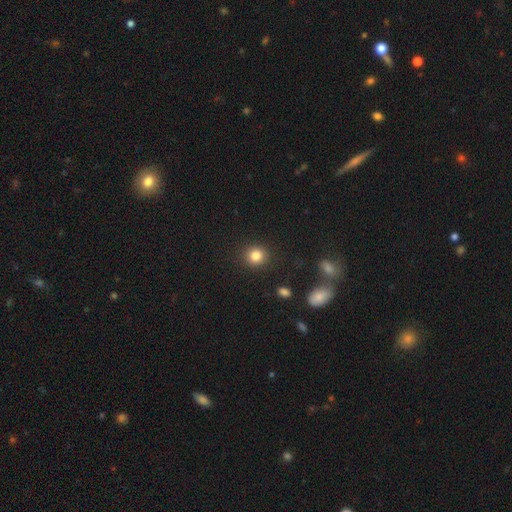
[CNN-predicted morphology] A smooth galaxy with no disk features (84%) that is round (88%).

Vote fractions:
- Smooth or featured? smooth: 84% / star or artifact: 11% / featured or disk: 6%
- How rounded? round: 88% / in between: 11% / cigar-shaped: 1%
- Merging? none: 91% / minor disturbance: 6% / major disturbance: 2% / merger: 1%